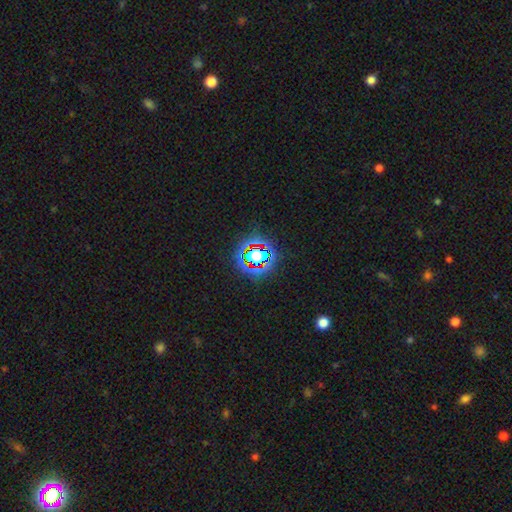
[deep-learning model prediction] The model was most divided on "smooth or featured": star or artifact: 62%, smooth: 25%, featured or disk: 13%.